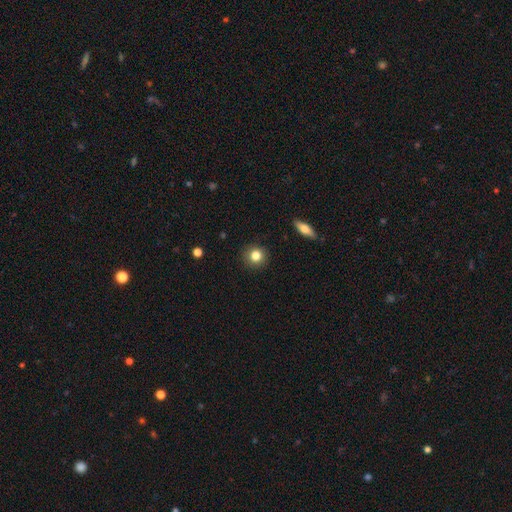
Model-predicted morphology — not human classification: Q: Smooth or featured?
A: smooth (82%); runner-up: star or artifact (10%)
Q: How rounded?
A: round (91%); runner-up: in between (8%)
Q: Merging?
A: none (91%); runner-up: minor disturbance (6%)